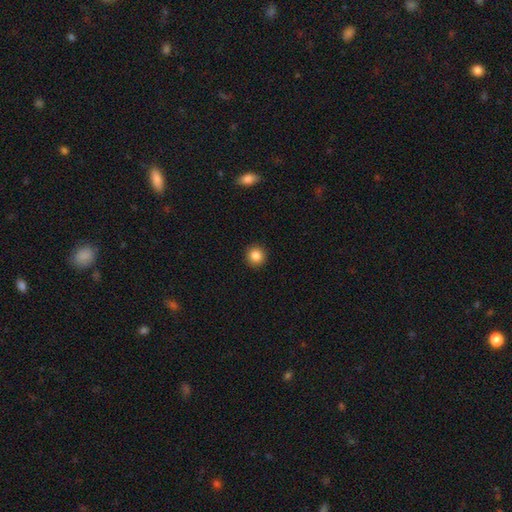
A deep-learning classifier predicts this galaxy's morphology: Smooth or featured?
  - smooth: 85% *
  - star or artifact: 10%
  - featured or disk: 5%
How rounded?
  - round: 94% *
  - in between: 5%
  - cigar-shaped: 1%
Merging?
  - none: 93% *
  - minor disturbance: 5%
  - major disturbance: 2%
  - merger: 1%